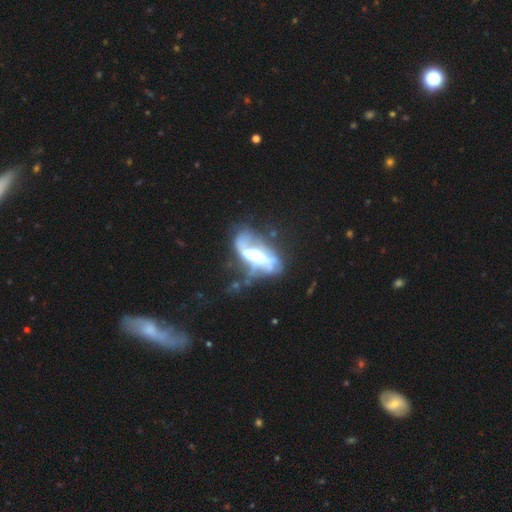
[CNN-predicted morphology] This appears to be a featured or disk galaxy (70%) with no bar (45%), spiral arms (58%) and a moderate central bulge (33%). Merging: major disturbance (37%).